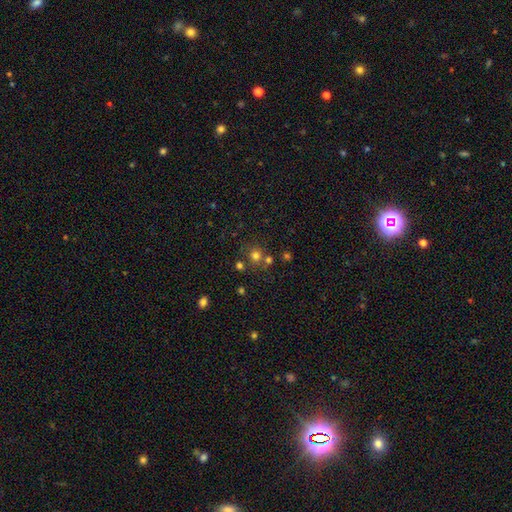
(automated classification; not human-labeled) smooth_or_featured: smooth (p=0.71) [alt: star or artifact p=0.19]
how_rounded: round (p=0.88) [alt: in between p=0.12]
merging: none (p=0.67) [alt: merger p=0.20]